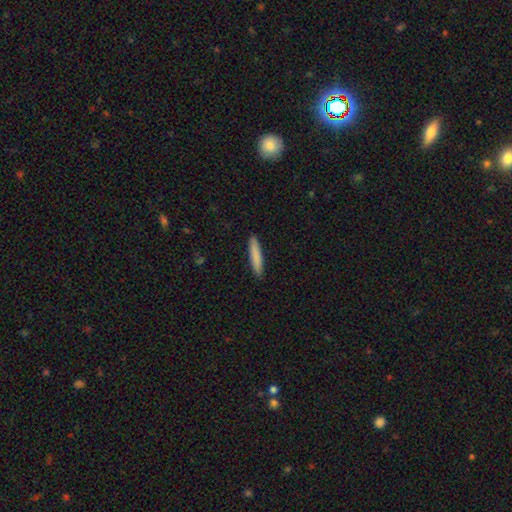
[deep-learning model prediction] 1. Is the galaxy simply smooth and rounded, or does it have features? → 84% smooth, 11% featured or disk, 6% star or artifact.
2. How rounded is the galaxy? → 92% cigar-shaped, 7% in between, 1% round.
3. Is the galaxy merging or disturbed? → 91% none, 6% minor disturbance, 1% major disturbance, 1% merger.